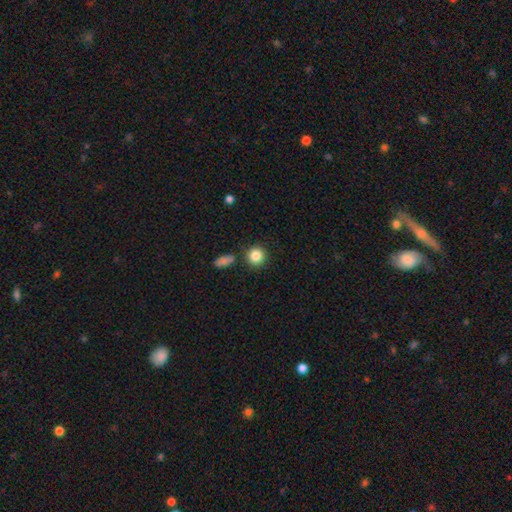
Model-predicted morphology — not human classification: smooth 85%, star or artifact 9%, featured or disk 5%. Down the decision tree: how rounded — round (90%); merging — none (84%).